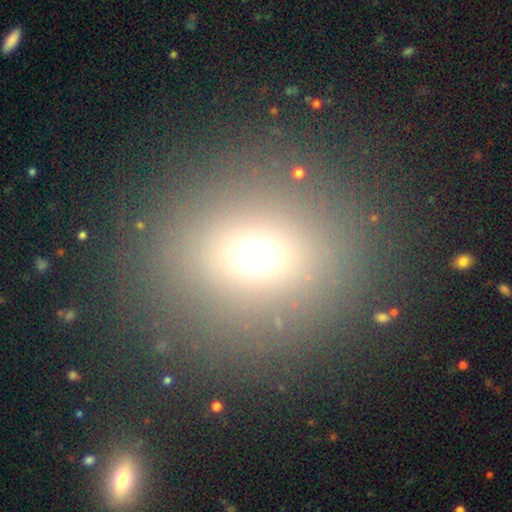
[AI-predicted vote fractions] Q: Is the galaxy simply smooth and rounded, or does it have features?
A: smooth — 64%.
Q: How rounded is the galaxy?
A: round — 82%.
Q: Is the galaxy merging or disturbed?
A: none — 85%.